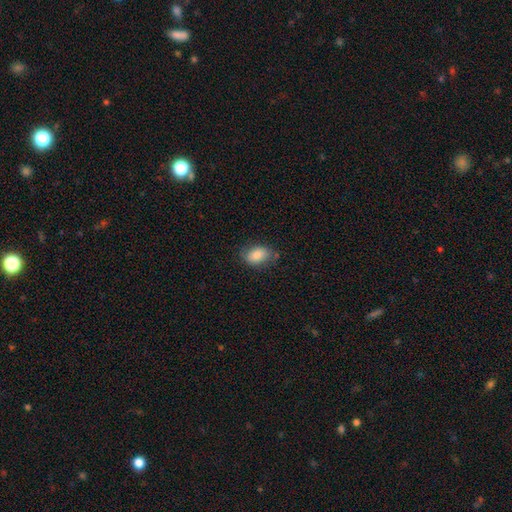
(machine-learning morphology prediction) Smooth or featured? Predicted: smooth (p=0.84). How rounded? Predicted: in between (p=0.84). Merging? Predicted: none (p=0.72).